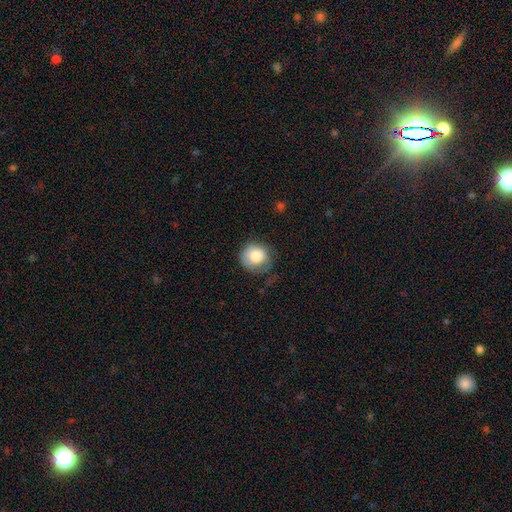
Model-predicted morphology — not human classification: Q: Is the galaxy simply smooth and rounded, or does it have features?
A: smooth — 80%.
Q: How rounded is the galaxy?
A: round — 88%.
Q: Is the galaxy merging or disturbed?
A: none — 55%.